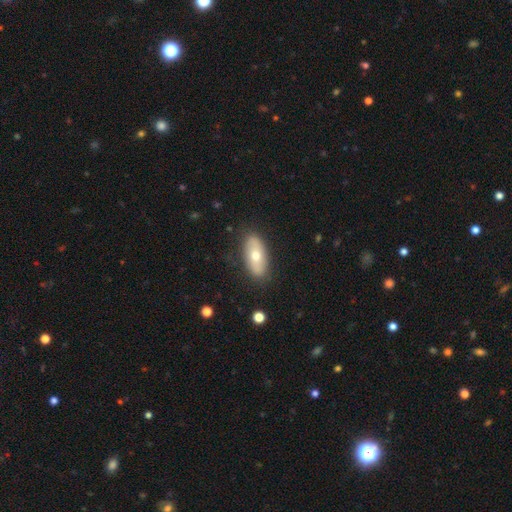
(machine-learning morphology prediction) A smooth galaxy with no disk features (62%) that is in between round and cigar-shaped (87%).

Vote fractions:
- Smooth or featured? smooth: 62% / featured or disk: 31% / star or artifact: 6%
- How rounded? in between: 87% / cigar-shaped: 9% / round: 4%
- Merging? none: 85% / minor disturbance: 11% / major disturbance: 3% / merger: 1%